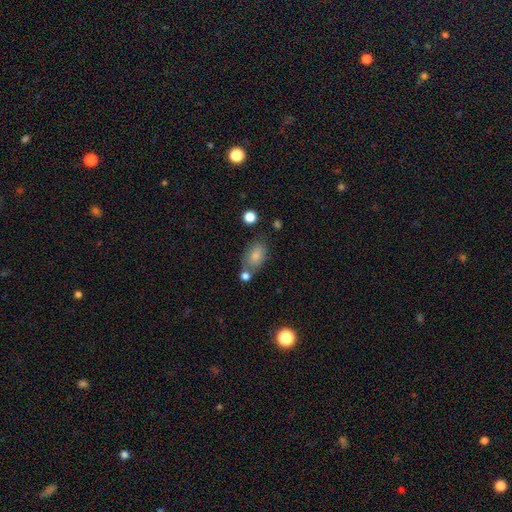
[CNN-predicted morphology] A smooth galaxy with no disk features (81%) that is in between round and cigar-shaped (88%). Merging: none (56%).